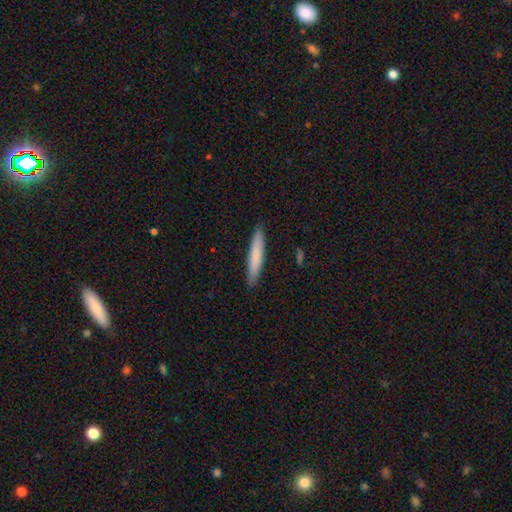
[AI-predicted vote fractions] This is likely a smooth galaxy (77%). How rounded: clearly cigar-shaped (94%). Merging: clearly none (91%).